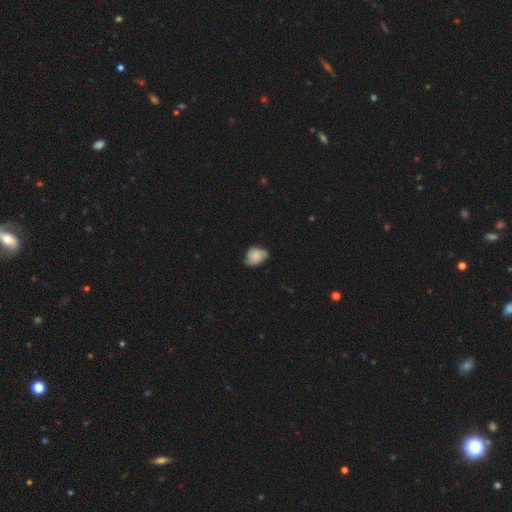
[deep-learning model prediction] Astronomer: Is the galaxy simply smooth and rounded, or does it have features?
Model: smooth — 59%.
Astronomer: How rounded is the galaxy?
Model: in between — 69%.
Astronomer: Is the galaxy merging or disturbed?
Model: none — 53% (runner-up: minor disturbance, 36%).